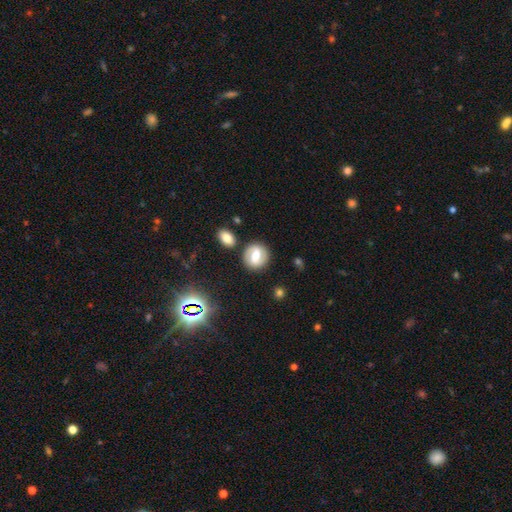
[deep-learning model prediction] Morphology: type=featured or disk (53%); edge-on=no (95%); bar=strong (44%); spiral arms=yes (67%); bulge=moderate (62%); merging=none (81%).